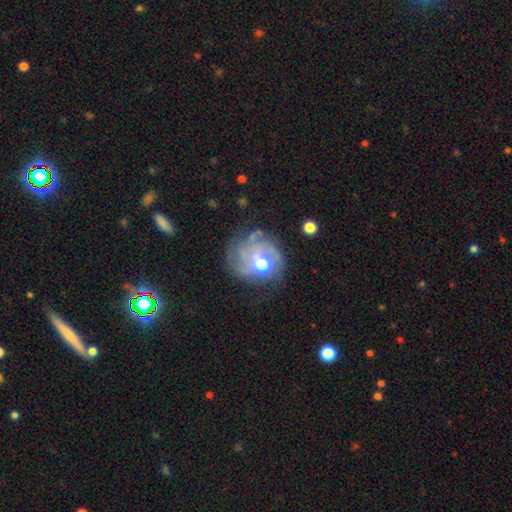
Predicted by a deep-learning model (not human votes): Q: Smooth or featured?
A: featured or disk (65%); runner-up: smooth (22%)
Q: Edge-on disk?
A: no (97%); runner-up: yes (3%)
Q: Bar?
A: no (75%); runner-up: weak (20%)
Q: Spiral arms?
A: yes (74%); runner-up: no (26%)
Q: Bulge size?
A: moderate (66%); runner-up: large (24%)
Q: Merging?
A: none (64%); runner-up: minor disturbance (20%)